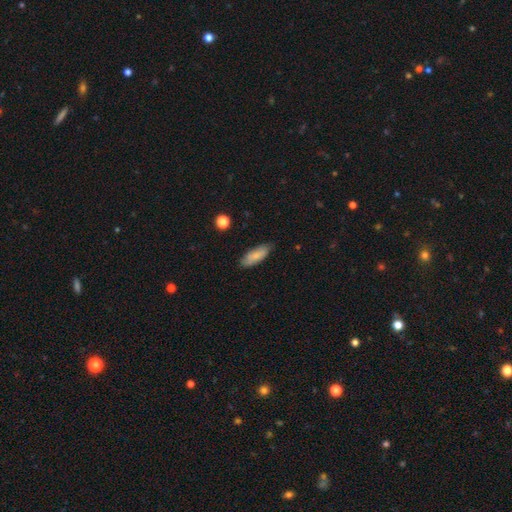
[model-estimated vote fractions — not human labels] Smooth or featured: smooth — 77% (featured or disk — 17%)
How rounded: in between — 72% (cigar-shaped — 26%)
Merging: none — 79% (minor disturbance — 17%)